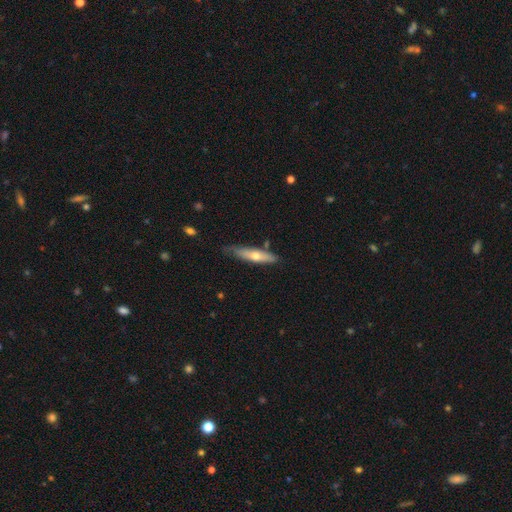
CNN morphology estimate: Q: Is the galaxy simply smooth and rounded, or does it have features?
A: smooth — 55%.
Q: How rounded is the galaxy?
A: cigar-shaped — 76%.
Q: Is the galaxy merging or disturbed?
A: none — 67%.